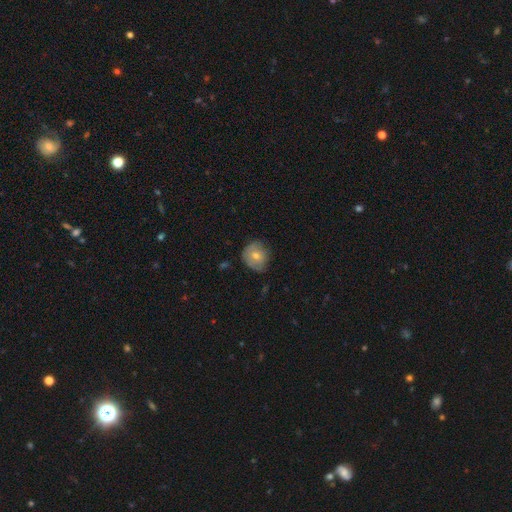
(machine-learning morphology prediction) The model was most divided on "smooth or featured": smooth: 58%, featured or disk: 32%, star or artifact: 10%. More confident: how rounded — round (83%); merging — none (68%).